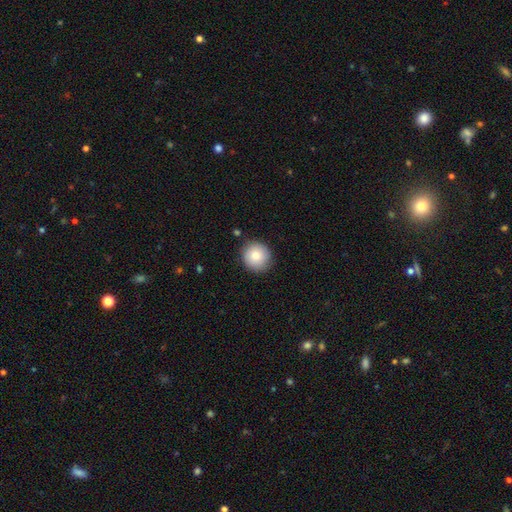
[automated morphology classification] type=smooth (84%); roundness=round (93%); merging=none (86%).